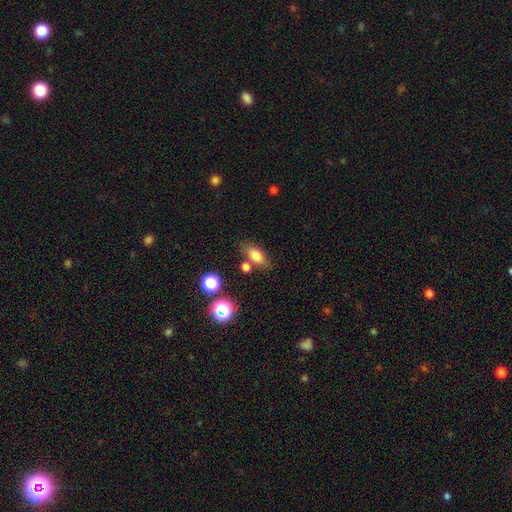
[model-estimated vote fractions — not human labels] Smooth or featured: smooth — 76% (featured or disk — 13%)
How rounded: in between — 80% (round — 10%)
Merging: none — 71% (minor disturbance — 13%)